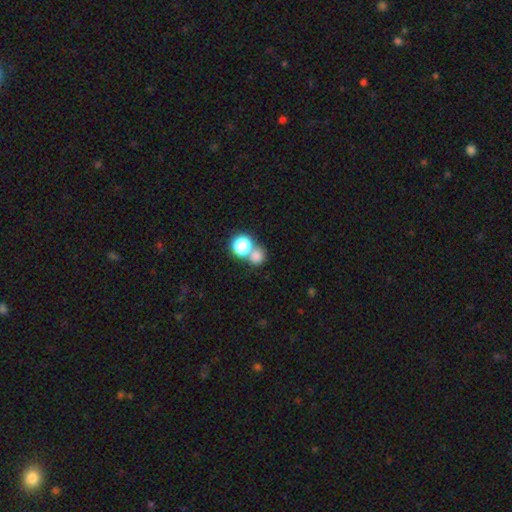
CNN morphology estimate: Smooth or featured? smooth (72%)
How rounded? round (83%)
Merging? none (53%)